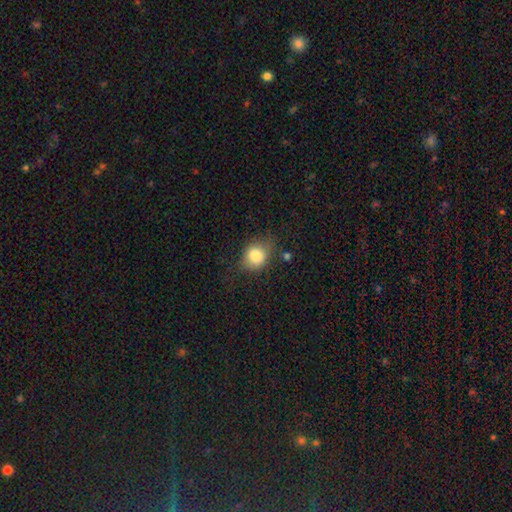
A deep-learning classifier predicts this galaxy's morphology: smooth_or_featured: smooth (p=0.82) [alt: star or artifact p=0.10]
how_rounded: round (p=0.59) [alt: in between p=0.40]
merging: none (p=0.64) [alt: minor disturbance p=0.24]